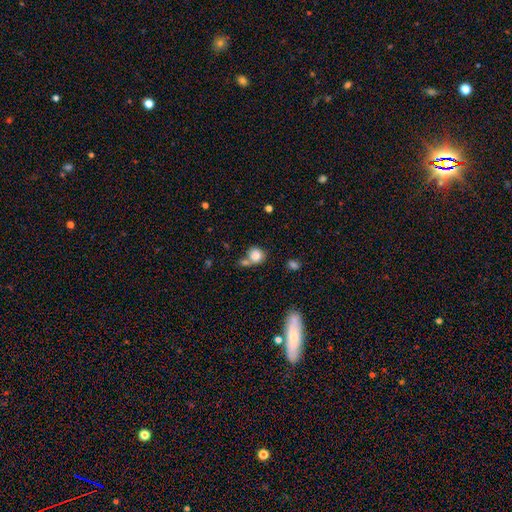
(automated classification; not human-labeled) This is clearly a smooth galaxy (82%). How rounded: clearly round (81%). Merging: possibly none (48%).